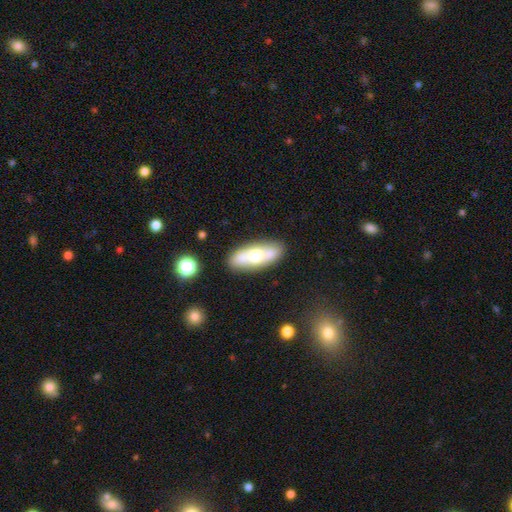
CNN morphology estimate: Smooth or featured? Predicted: smooth (p=0.50). Merging? Predicted: none (p=0.81).